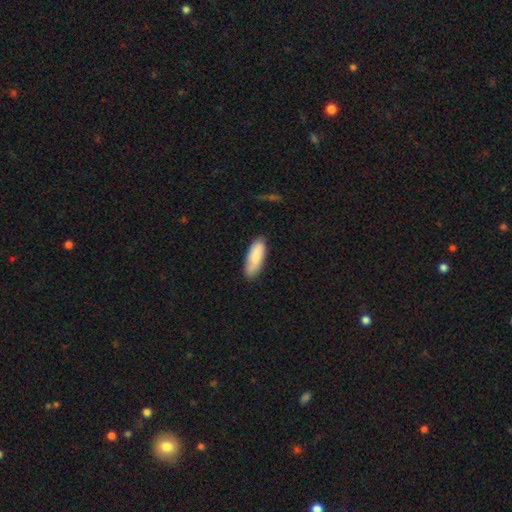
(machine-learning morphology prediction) Overall: smooth (84%). How rounded: in between (64%; cigar-shaped 35%). Merging: none (80%).